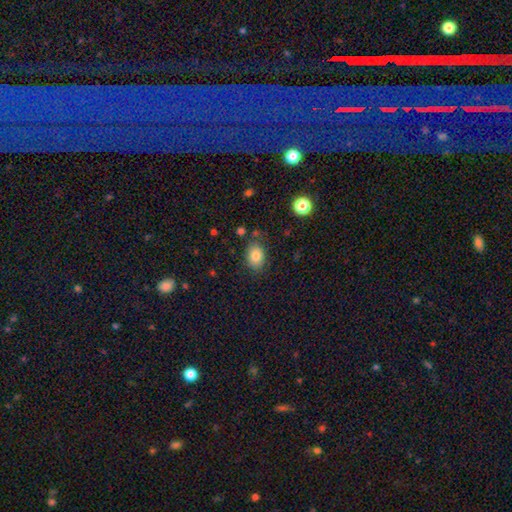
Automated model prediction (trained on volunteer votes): This is clearly a smooth galaxy (83%). How rounded: likely in between (74%). Merging: likely none (78%).